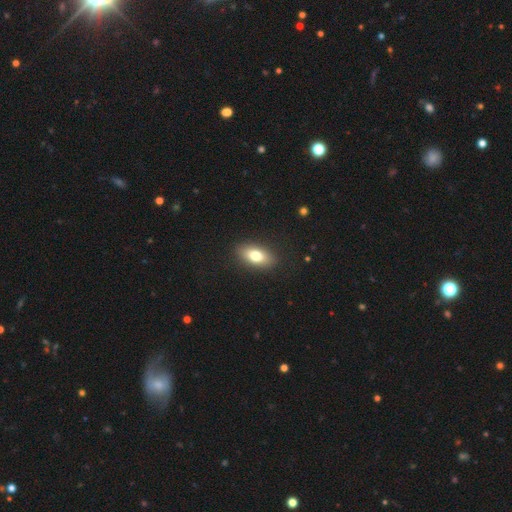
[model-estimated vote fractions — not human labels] Morphology: type=smooth (77%); roundness=in between (87%); merging=none (88%).